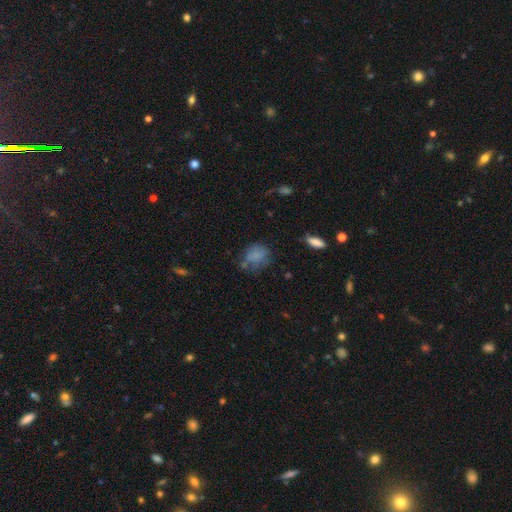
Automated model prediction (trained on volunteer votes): Morphology: type=smooth (68%); roundness=round (54%); merging=none (45%).